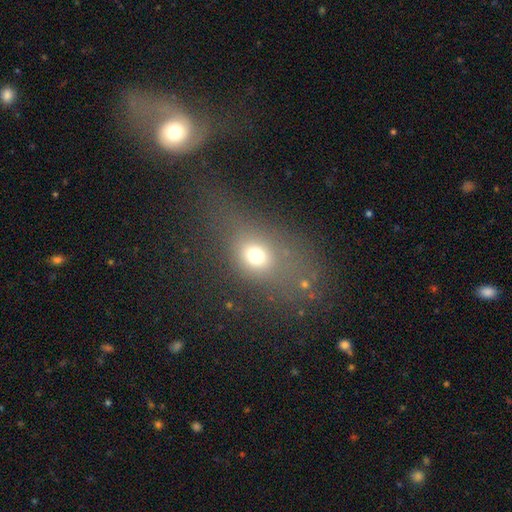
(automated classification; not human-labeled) A smooth galaxy with no disk features (69%) that is in between round and cigar-shaped (57%).

Vote fractions:
- Smooth or featured? smooth: 69% / star or artifact: 18% / featured or disk: 13%
- How rounded? in between: 57% / round: 39% / cigar-shaped: 4%
- Merging? none: 55% / major disturbance: 18% / minor disturbance: 18% / merger: 9%